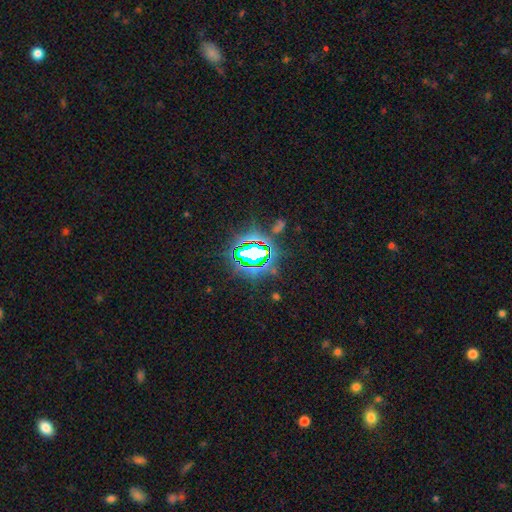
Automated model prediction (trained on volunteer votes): Smooth or featured? Predicted: star or artifact (p=0.75).